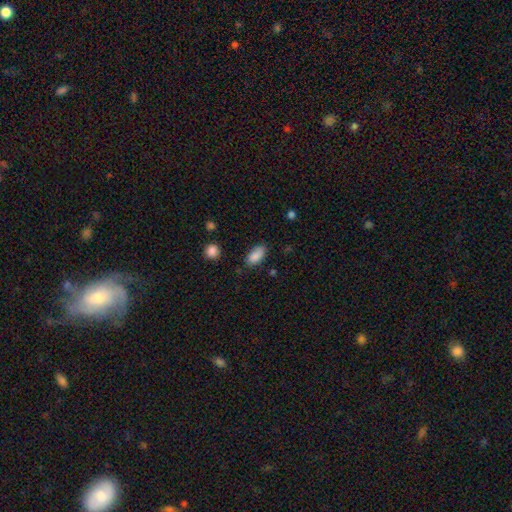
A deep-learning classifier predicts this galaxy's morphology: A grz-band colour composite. It shows a smooth galaxy with no disk features (87%) that is in between round and cigar-shaped (89%). Merging: none (75%).